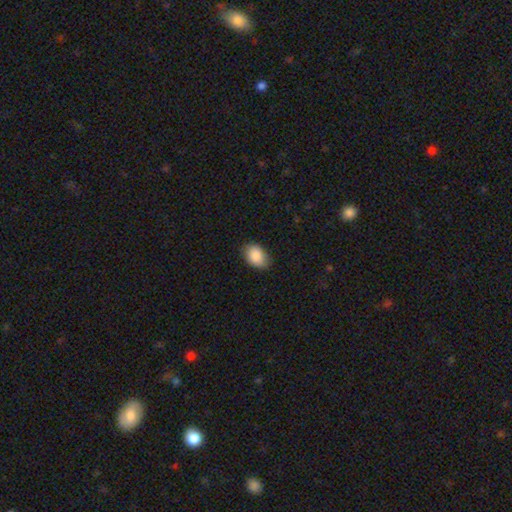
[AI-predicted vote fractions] A smooth galaxy with no disk features (87%) that is in between round and cigar-shaped (84%).

Vote fractions:
- Smooth or featured? smooth: 87% / star or artifact: 7% / featured or disk: 6%
- How rounded? in between: 84% / round: 15% / cigar-shaped: 1%
- Merging? none: 79% / minor disturbance: 17% / major disturbance: 3% / merger: 1%